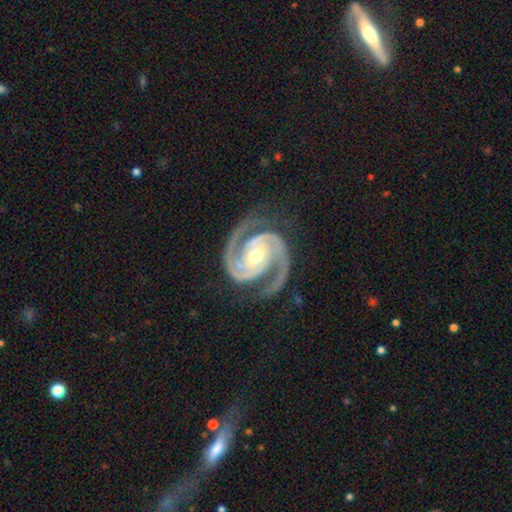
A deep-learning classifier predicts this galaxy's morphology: featured or disk 95%, star or artifact 3%, smooth 2%. Down the decision tree: edge-on disk — no (98%); bar — no (48%); spiral arms — yes (99%); spiral arm count — 2 (93%); spiral winding — tight (52%); bulge size — moderate (57%); merging — none (81%).